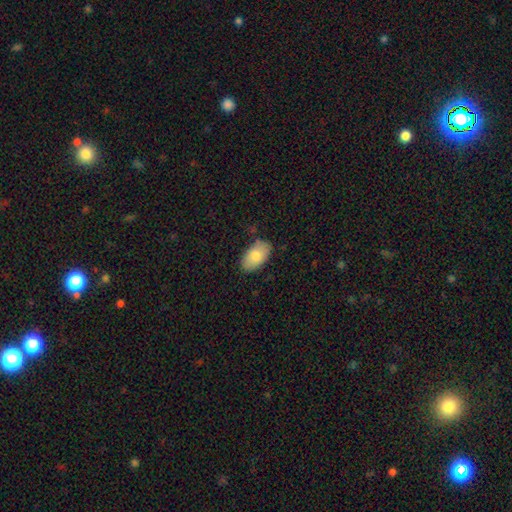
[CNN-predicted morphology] This is likely a smooth galaxy (79%). How rounded: clearly in between (94%). Merging: clearly none (81%).